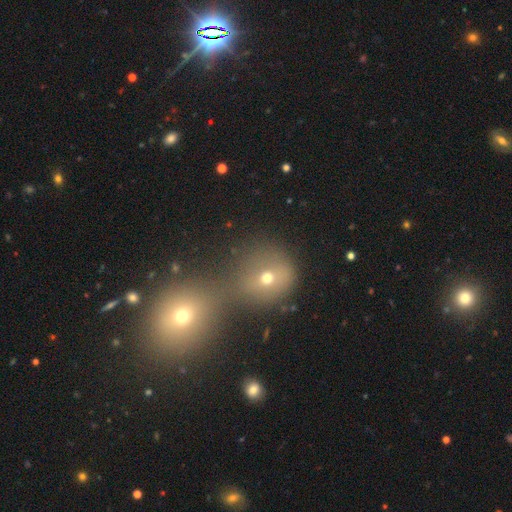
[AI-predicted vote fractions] smooth-or-featured: smooth: 41% | star or artifact: 38% | featured or disk: 21%
  merging: none: 51% | merger: 37% | minor disturbance: 8% | major disturbance: 4%